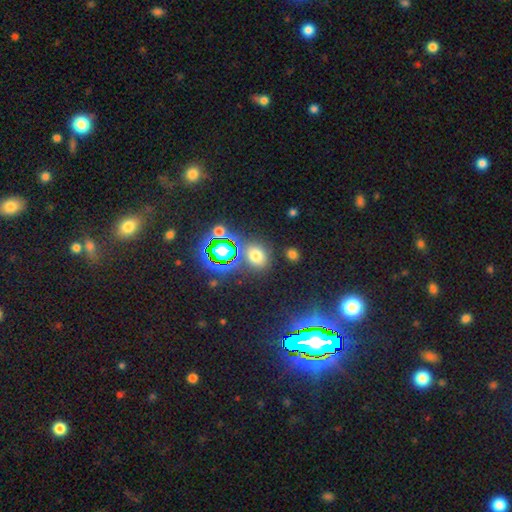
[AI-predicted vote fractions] smooth-or-featured: smooth: 59% | star or artifact: 32% | featured or disk: 8%
  how-rounded: round: 57% | in between: 42% | cigar-shaped: 2%
  merging: none: 78% | minor disturbance: 10% | merger: 7% | major disturbance: 4%